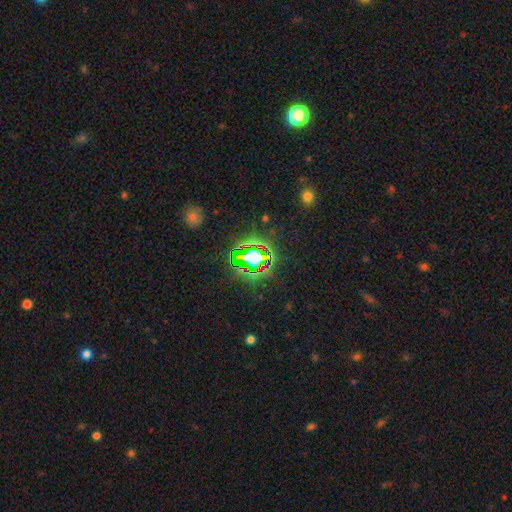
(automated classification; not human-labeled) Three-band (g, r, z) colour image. It shows a star or artifact, not a galaxy (73%).